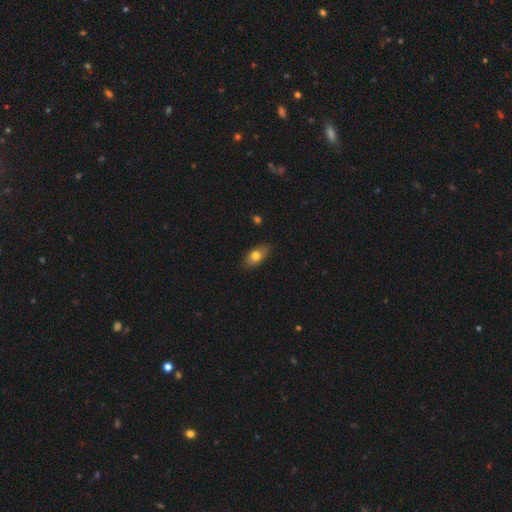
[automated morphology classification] The model was most divided on "smooth or featured": smooth: 75%, featured or disk: 18%, star or artifact: 7%. More confident: how rounded — in between (88%); merging — none (85%).